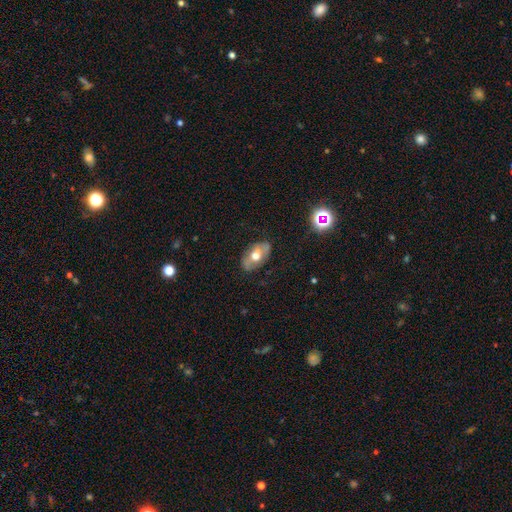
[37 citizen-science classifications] Morphology: type=smooth (49%); roundness=in between (83%); merging=none (82%).